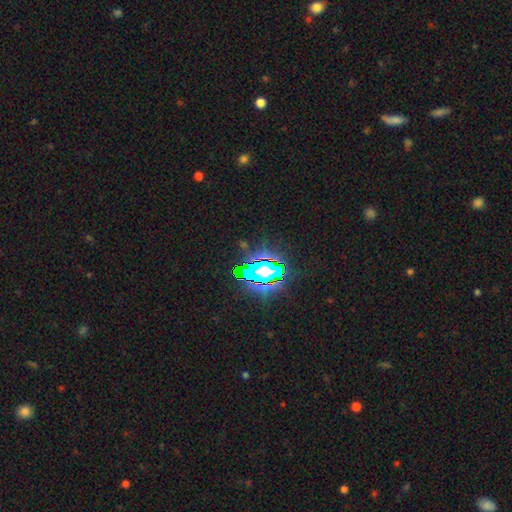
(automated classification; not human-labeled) A star or artifact, not a galaxy (80%).

Vote fractions:
- Smooth or featured? star or artifact: 80% / smooth: 12% / featured or disk: 7%